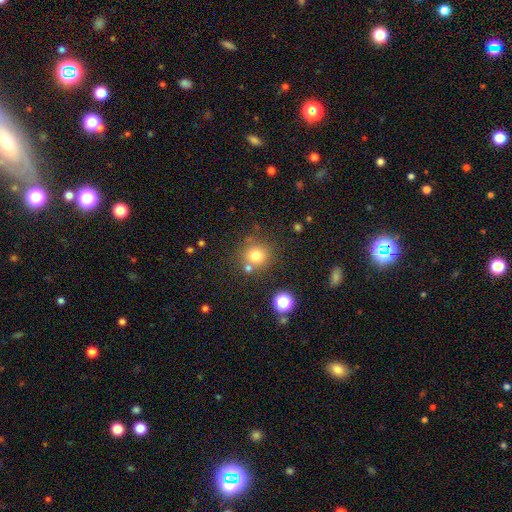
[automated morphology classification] Q: Smooth or featured?
A: smooth (76%); runner-up: star or artifact (15%)
Q: How rounded?
A: round (92%); runner-up: in between (7%)
Q: Merging?
A: none (74%); runner-up: merger (13%)